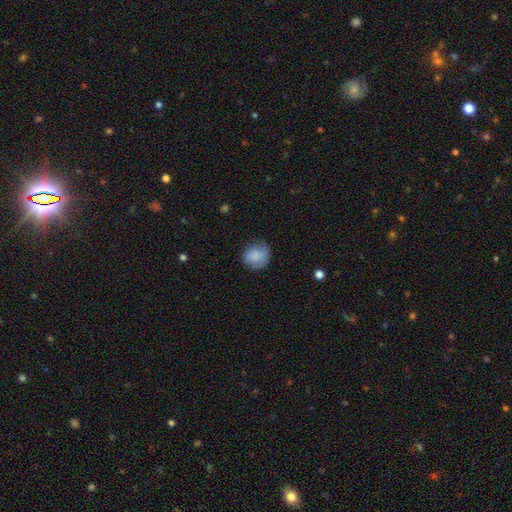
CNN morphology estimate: smooth-or-featured: smooth: 83% | featured or disk: 9% | star or artifact: 7%
  how-rounded: round: 84% | in between: 15% | cigar-shaped: 1%
  merging: none: 69% | minor disturbance: 23% | major disturbance: 7% | merger: 1%